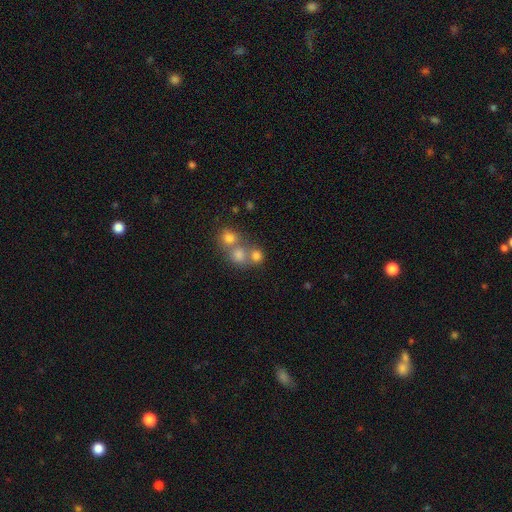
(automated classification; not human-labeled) A smooth galaxy with no disk features (74%) that is round (80%). Merging: merger (46%).